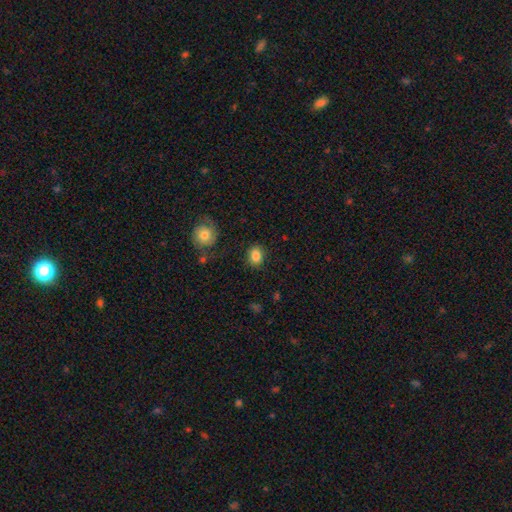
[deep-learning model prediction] A smooth galaxy with no disk features (85%) that is in between round and cigar-shaped (58%).

Vote fractions:
- Smooth or featured? smooth: 85% / star or artifact: 9% / featured or disk: 7%
- How rounded? in between: 58% / round: 41% / cigar-shaped: 1%
- Merging? none: 83% / minor disturbance: 12% / major disturbance: 4% / merger: 2%